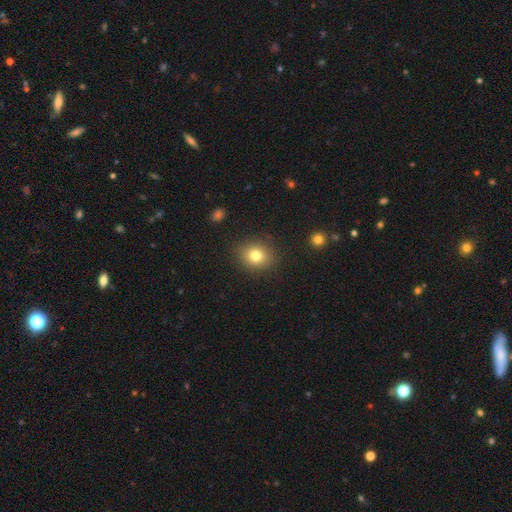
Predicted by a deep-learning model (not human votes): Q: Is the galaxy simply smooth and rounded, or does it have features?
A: smooth — 79%.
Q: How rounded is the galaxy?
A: round — 68%.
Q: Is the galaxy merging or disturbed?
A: none — 87%.